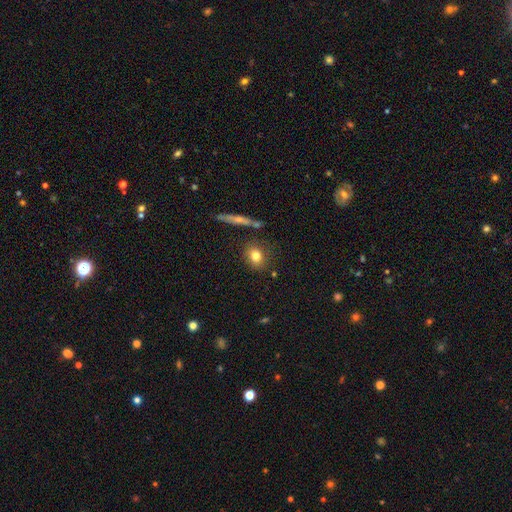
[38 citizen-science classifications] A smooth galaxy with no disk features (76%) that is round (69%).

Vote fractions:
- Smooth or featured? smooth: 76% / featured or disk: 18% / star or artifact: 5%
- How rounded? round: 69% / in between: 31% / cigar-shaped: 0%
- Merging? none: 75% / minor disturbance: 17% / major disturbance: 8% / merger: 0%